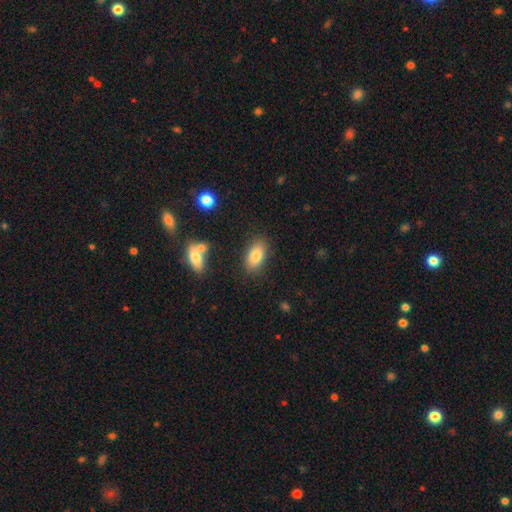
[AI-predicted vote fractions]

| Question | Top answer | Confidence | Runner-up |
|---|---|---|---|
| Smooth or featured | smooth | 82% | featured or disk (10%) |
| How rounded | in between | 91% | round (5%) |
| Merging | none | 82% | minor disturbance (12%) |